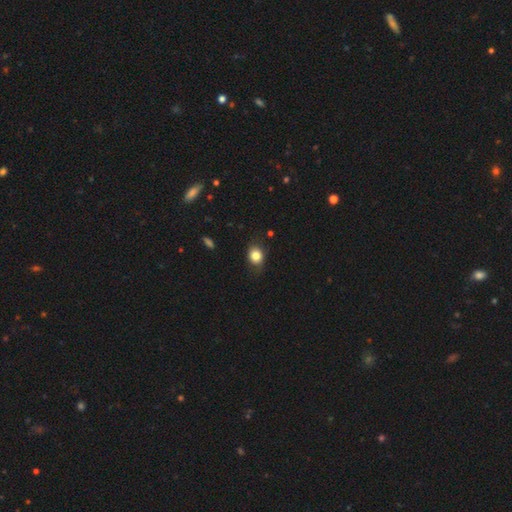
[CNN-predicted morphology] Q: Smooth or featured?
A: smooth (82%); runner-up: star or artifact (10%)
Q: How rounded?
A: round (55%); runner-up: in between (44%)
Q: Merging?
A: none (77%); runner-up: minor disturbance (18%)